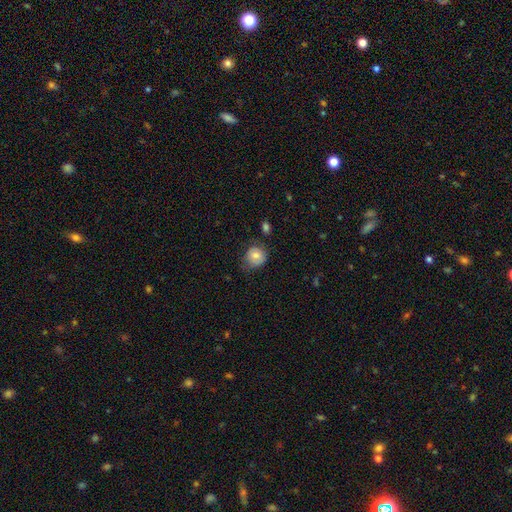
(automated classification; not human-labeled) Smooth or featured? smooth (77%)
How rounded? round (81%)
Merging? none (60%)